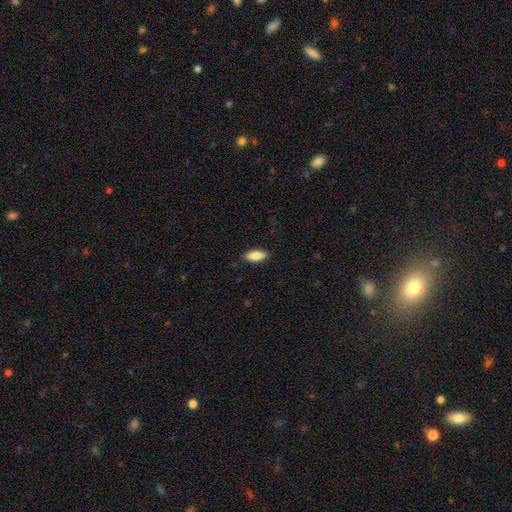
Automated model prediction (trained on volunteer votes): This appears to be a smooth galaxy with no disk features (87%) that is in between round and cigar-shaped (80%). Merging: none (87%).